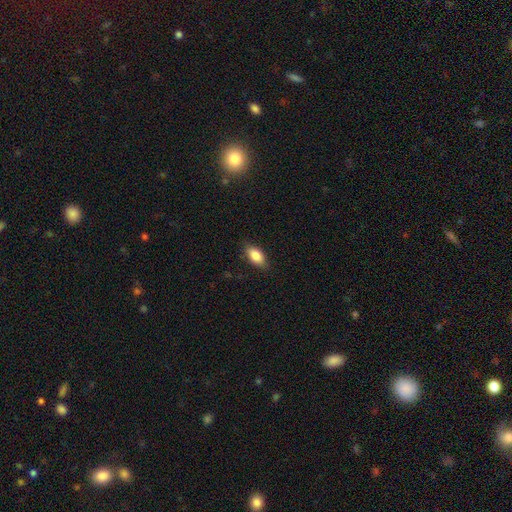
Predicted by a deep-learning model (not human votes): A smooth galaxy with no disk features (85%) that is in between round and cigar-shaped (90%).

Vote fractions:
- Smooth or featured? smooth: 85% / featured or disk: 8% / star or artifact: 7%
- How rounded? in between: 90% / cigar-shaped: 5% / round: 5%
- Merging? none: 83% / minor disturbance: 13% / major disturbance: 3% / merger: 1%